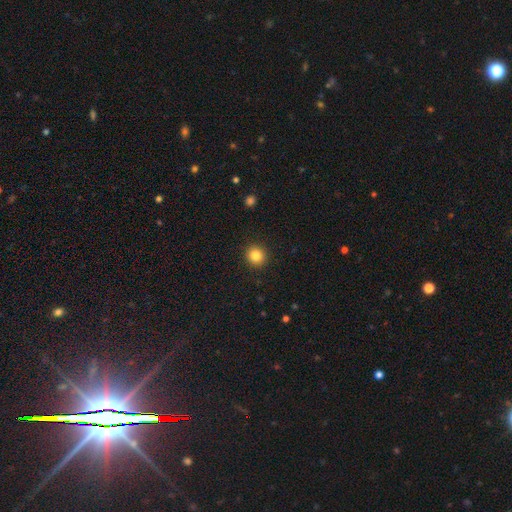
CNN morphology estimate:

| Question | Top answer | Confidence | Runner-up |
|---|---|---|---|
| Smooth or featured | smooth | 84% | star or artifact (11%) |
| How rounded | round | 91% | in between (8%) |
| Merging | none | 92% | minor disturbance (5%) |